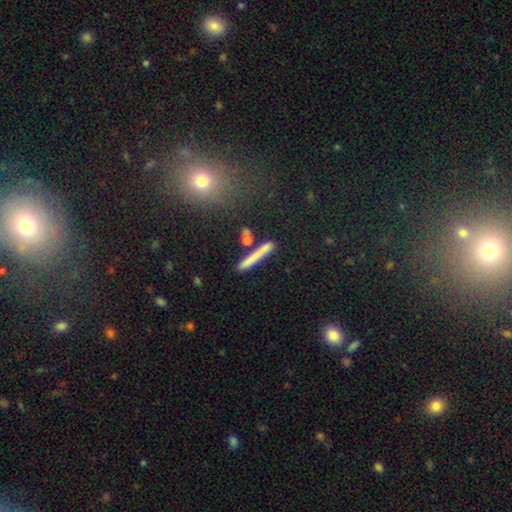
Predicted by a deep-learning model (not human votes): Q: Smooth or featured?
A: smooth (70%); runner-up: featured or disk (22%)
Q: How rounded?
A: cigar-shaped (92%); runner-up: in between (5%)
Q: Merging?
A: none (80%); runner-up: minor disturbance (10%)